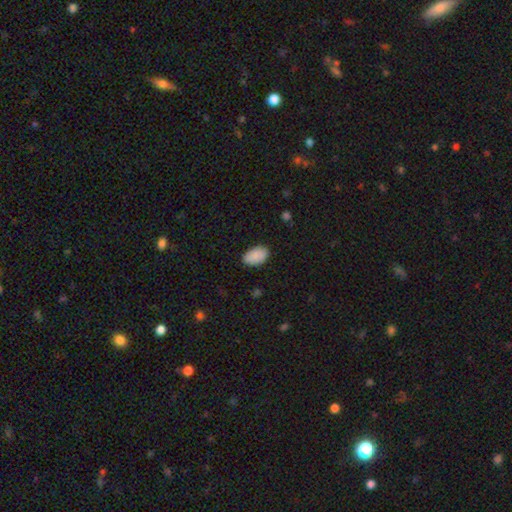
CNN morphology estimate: smooth_or_featured: smooth (p=0.90) [alt: star or artifact p=0.07]
how_rounded: in between (p=0.92) [alt: round p=0.07]
merging: none (p=0.84) [alt: minor disturbance p=0.12]